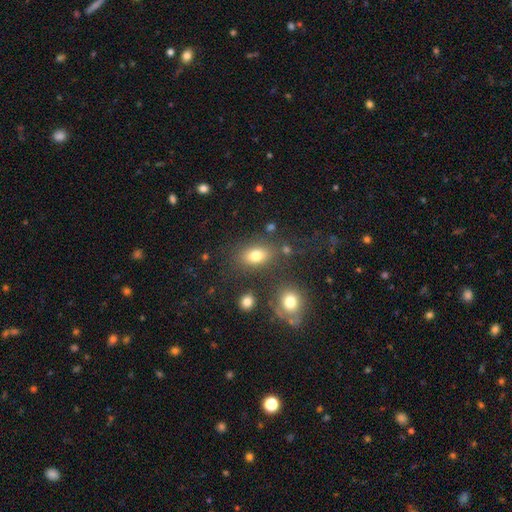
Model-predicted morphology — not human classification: A smooth galaxy with no disk features (77%) that is in between round and cigar-shaped (78%). Merging: none (75%).